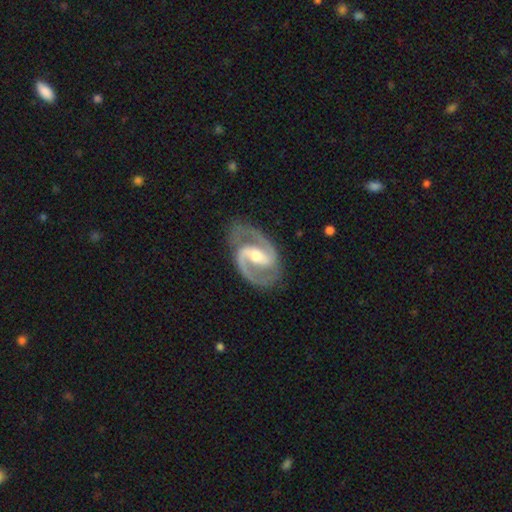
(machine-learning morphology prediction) A featured or disk galaxy (92%) with a strong bar (47%), 2 (94%) medium (63%) spiral arms (98%) and a moderate central bulge (66%). Merging: none (81%).